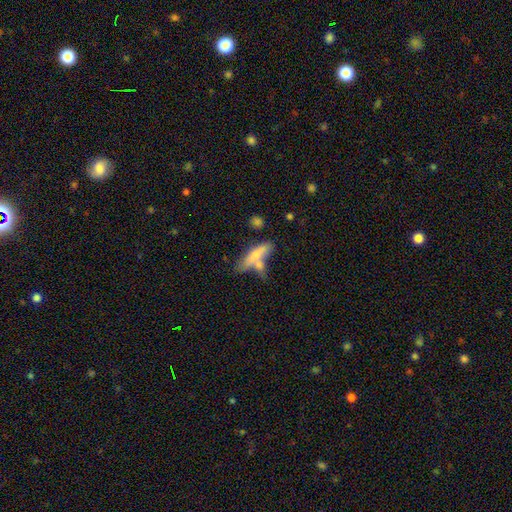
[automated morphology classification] A smooth galaxy with no disk features (65%) that is cigar-shaped (66%).

Vote fractions:
- Smooth or featured? smooth: 65% / featured or disk: 28% / star or artifact: 7%
- How rounded? cigar-shaped: 66% / in between: 31% / round: 3%
- Merging? none: 45% / merger: 34% / minor disturbance: 15% / major disturbance: 6%